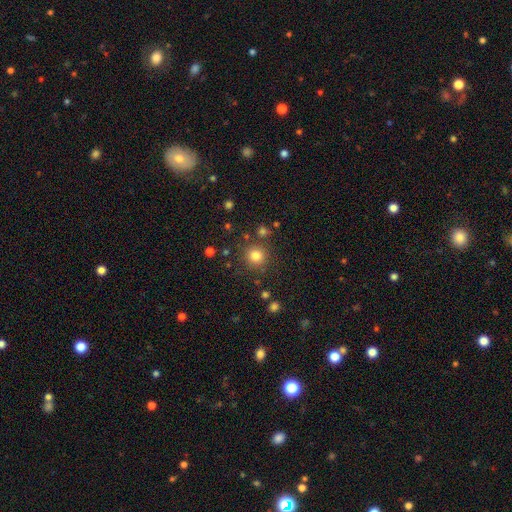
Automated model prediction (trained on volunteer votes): A smooth galaxy with no disk features (81%) that is round (94%). Merging: none (85%).